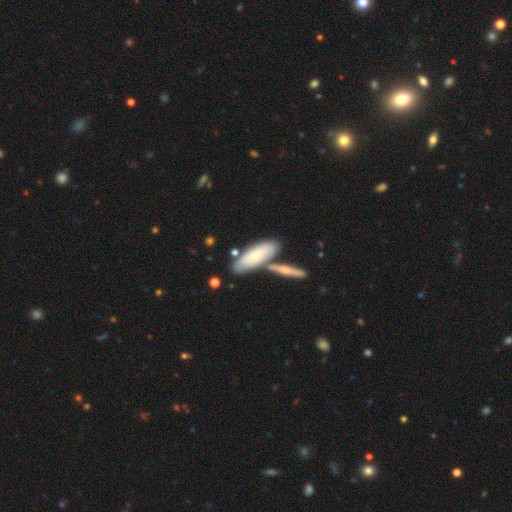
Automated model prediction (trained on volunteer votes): Smooth or featured? smooth (63%)
How rounded? in between (66%)
Merging? none (61%)